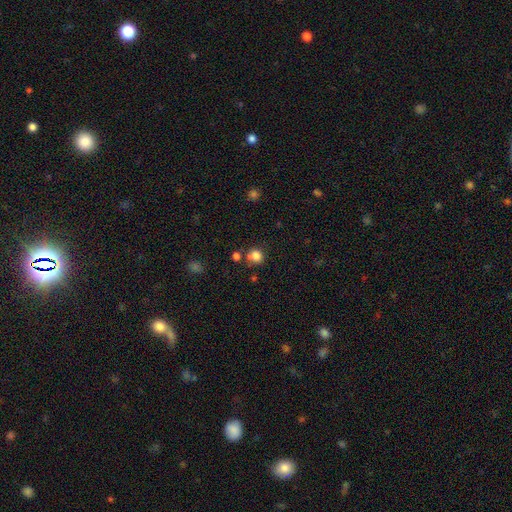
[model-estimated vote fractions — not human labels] Overall: smooth (82%). How rounded: round (82%). Merging: none (63%).